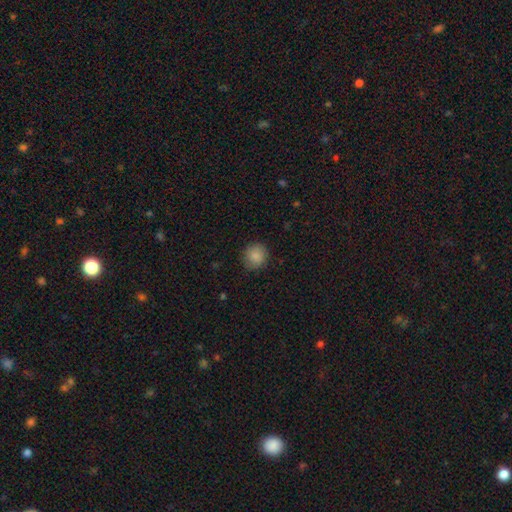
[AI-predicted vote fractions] smooth_or_featured: smooth (p=0.87) [alt: star or artifact p=0.08]
how_rounded: round (p=0.85) [alt: in between p=0.14]
merging: none (p=0.86) [alt: minor disturbance p=0.11]